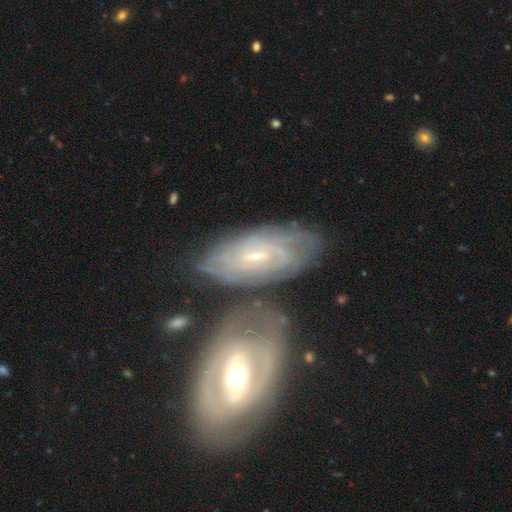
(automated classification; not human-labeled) Q: Smooth or featured?
A: featured or disk (82%); runner-up: smooth (13%)
Q: Edge-on disk?
A: no (93%); runner-up: yes (7%)
Q: Bar?
A: weak (45%); runner-up: no (39%)
Q: Spiral arms?
A: yes (90%); runner-up: no (10%)
Q: Spiral winding?
A: tight (69%); runner-up: medium (24%)
Q: Spiral arm count?
A: can't tell (50%); runner-up: 2 (19%)
Q: Bulge size?
A: small (75%); runner-up: moderate (20%)
Q: Merging?
A: none (61%); runner-up: minor disturbance (17%)